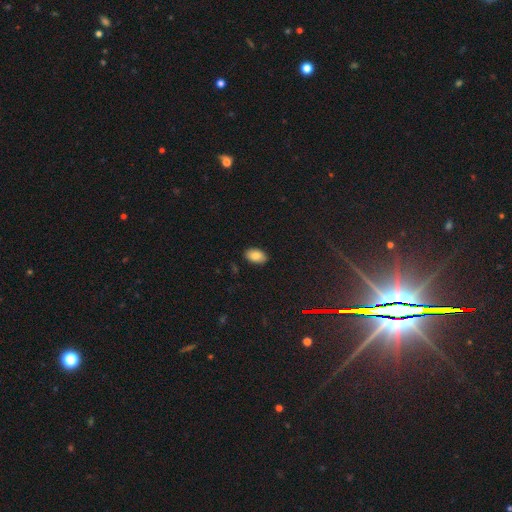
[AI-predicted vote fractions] Smooth or featured? smooth (84%)
How rounded? in between (91%)
Merging? none (87%)